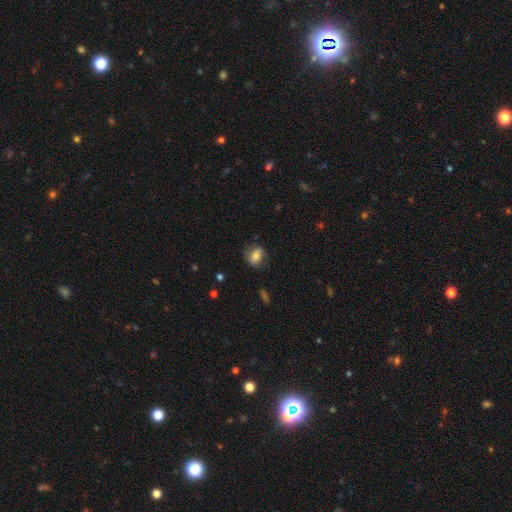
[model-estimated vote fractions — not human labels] Smooth or featured? smooth (72%)
How rounded? in between (50%)
Merging? none (74%)